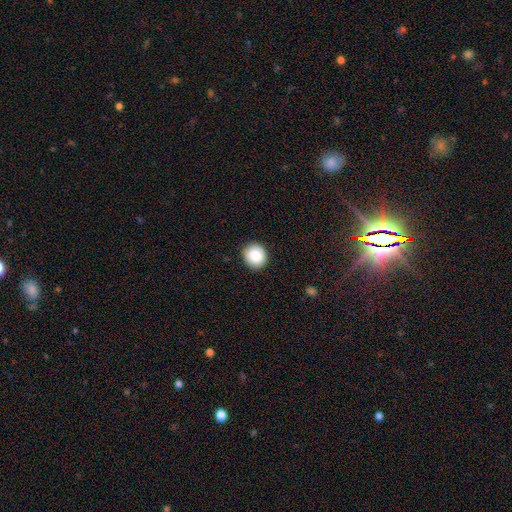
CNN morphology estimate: smooth-or-featured: smooth: 83% | star or artifact: 8% | featured or disk: 8%
  how-rounded: round: 91% | in between: 8% | cigar-shaped: 1%
  merging: none: 90% | minor disturbance: 7% | major disturbance: 2% | merger: 1%